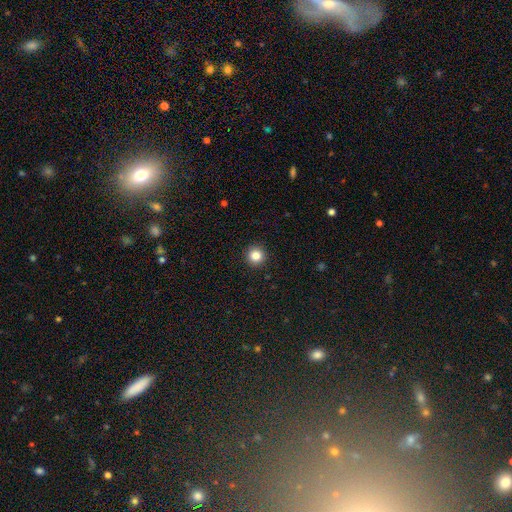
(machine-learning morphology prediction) A smooth galaxy with no disk features (84%) that is round (95%). Merging: none (93%).